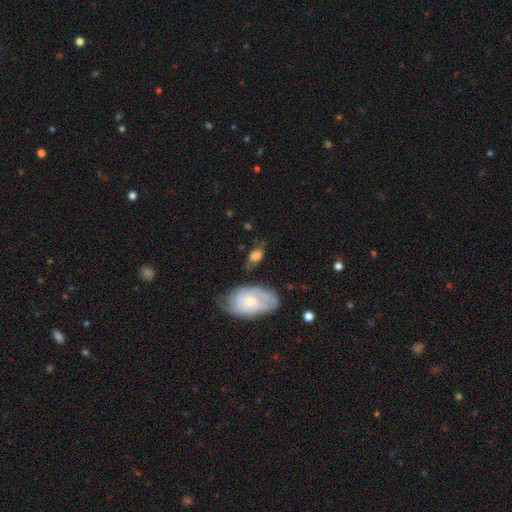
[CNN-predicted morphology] type=smooth (60%); roundness=in between (78%); merging=none (52%).